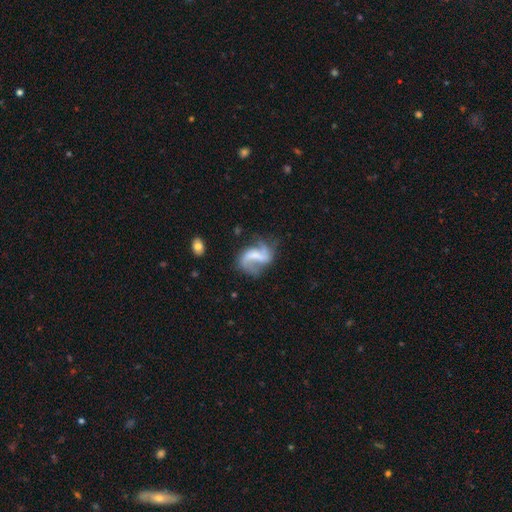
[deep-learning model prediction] The model was most divided on "bar": weak: 42%, strong: 32%, no: 27%. Remaining: edge-on disk — no (98%); spiral arms — yes (87%); smooth or featured — featured or disk (76%); spiral arm count — 2 (76%); spiral winding — loose (65%); bulge size — none (51%); merging — none (47%).